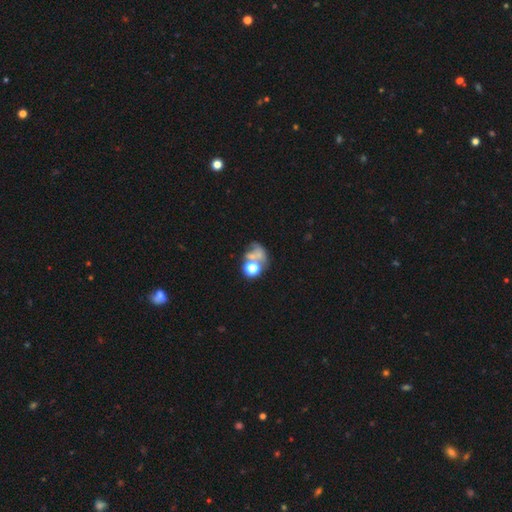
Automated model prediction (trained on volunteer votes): smooth-or-featured: smooth: 47% | star or artifact: 27% | featured or disk: 26%
  merging: merger: 37% | none: 28% | major disturbance: 22% | minor disturbance: 13%